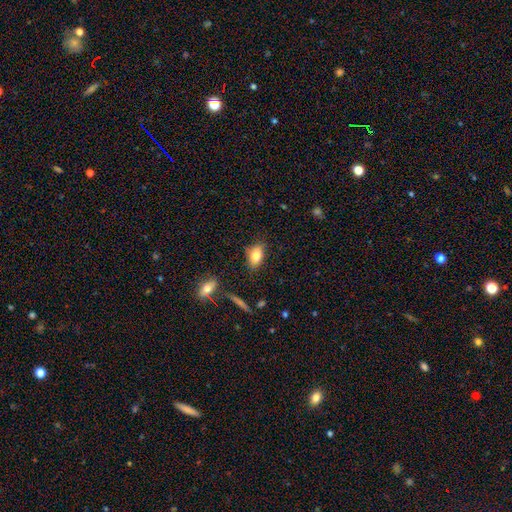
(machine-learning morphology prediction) Smooth or featured? Predicted: smooth (p=0.80). How rounded? Predicted: in between (p=0.87). Merging? Predicted: none (p=0.80).